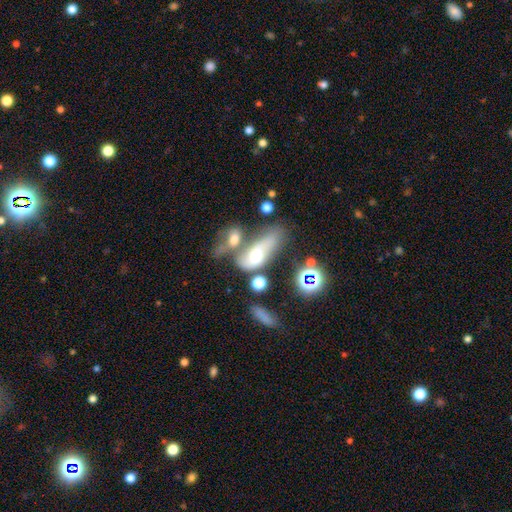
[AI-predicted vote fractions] Smooth or featured? smooth (47%)
Merging? merger (47%)